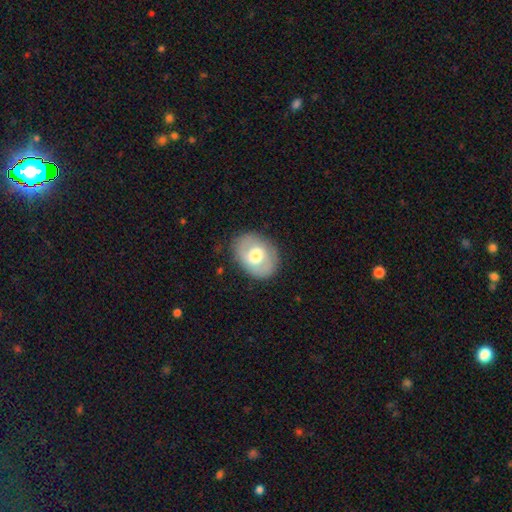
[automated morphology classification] smooth 55%, featured or disk 38%, star or artifact 7%. Down the decision tree: how rounded — in between (68%); merging — none (81%).